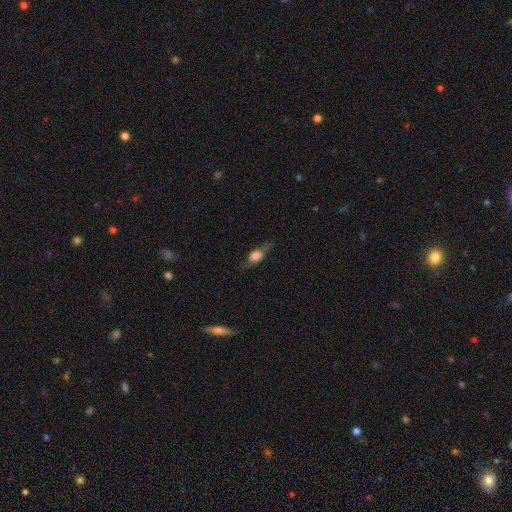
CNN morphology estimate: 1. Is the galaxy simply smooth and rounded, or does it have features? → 45% featured or disk (tied), 45% smooth (tied), 10% star or artifact.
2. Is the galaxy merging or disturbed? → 66% none, 21% minor disturbance, 11% major disturbance, 2% merger.